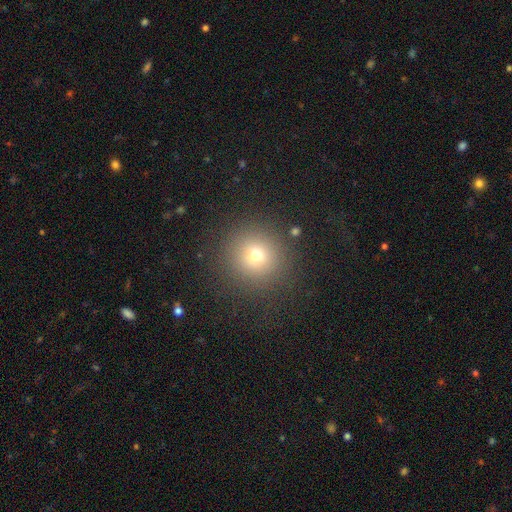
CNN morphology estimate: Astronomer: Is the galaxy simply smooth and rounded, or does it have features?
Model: smooth — 71%.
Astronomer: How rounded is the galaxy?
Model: round — 95%.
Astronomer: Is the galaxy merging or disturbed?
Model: none — 87%.